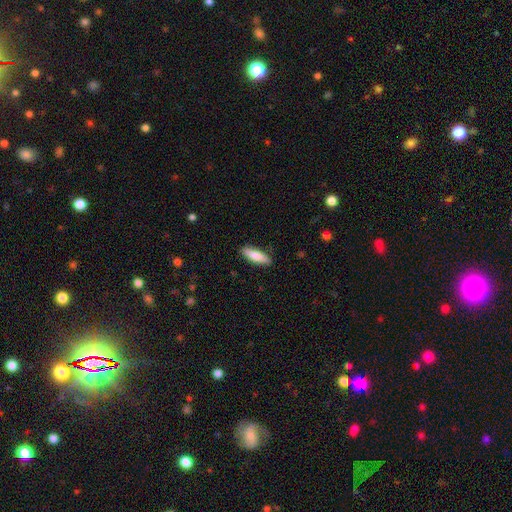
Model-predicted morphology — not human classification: A smooth galaxy with no disk features (77%) that is cigar-shaped (60%). Merging: none (88%).